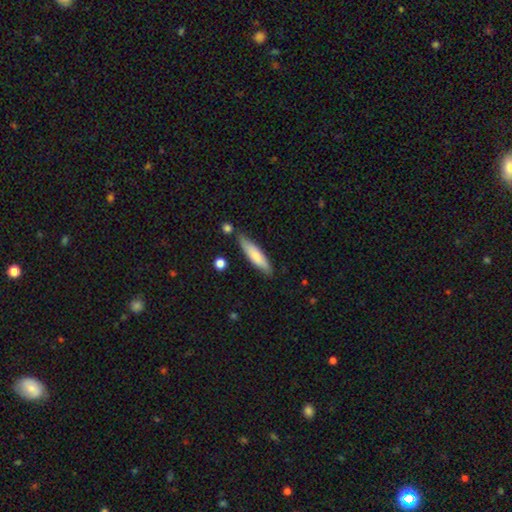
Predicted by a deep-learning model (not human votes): This appears to be a smooth galaxy with no disk features (73%) that is cigar-shaped (77%). Merging: none (77%).